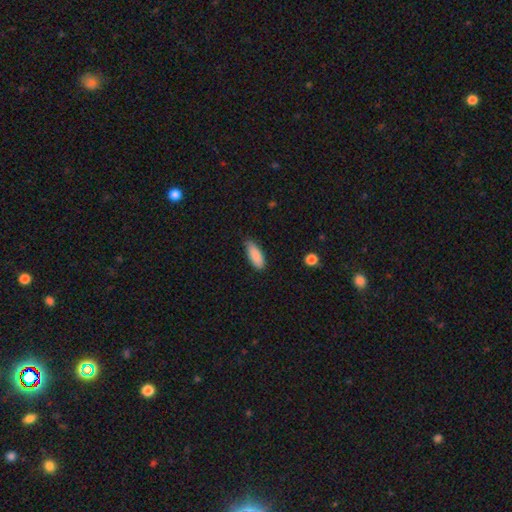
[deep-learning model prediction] Smooth or featured?
  - smooth: 88% *
  - star or artifact: 7%
  - featured or disk: 5%
How rounded?
  - in between: 72% *
  - cigar-shaped: 26%
  - round: 2%
Merging?
  - none: 75% *
  - minor disturbance: 21%
  - major disturbance: 3%
  - merger: 1%